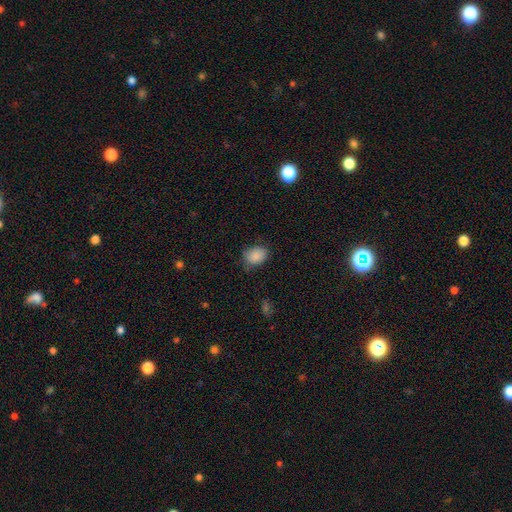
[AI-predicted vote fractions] A smooth galaxy with no disk features (87%) that is in between round and cigar-shaped (59%).

Vote fractions:
- Smooth or featured? smooth: 87% / star or artifact: 8% / featured or disk: 5%
- How rounded? in between: 59% / round: 41% / cigar-shaped: 1%
- Merging? none: 71% / minor disturbance: 23% / major disturbance: 5% / merger: 1%